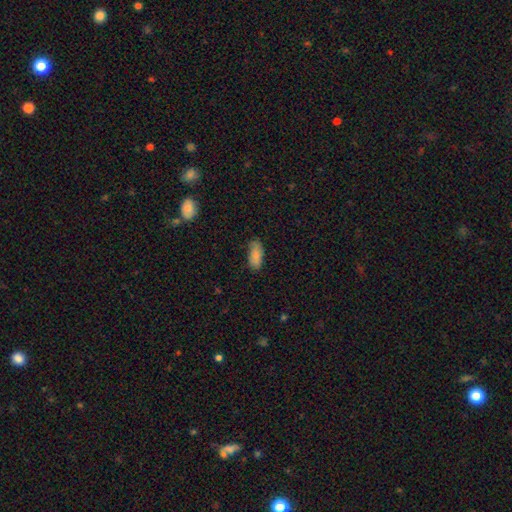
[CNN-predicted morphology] A smooth galaxy with no disk features (83%) that is in between round and cigar-shaped (86%).

Vote fractions:
- Smooth or featured? smooth: 83% / featured or disk: 10% / star or artifact: 7%
- How rounded? in between: 86% / cigar-shaped: 12% / round: 2%
- Merging? none: 73% / minor disturbance: 22% / major disturbance: 4% / merger: 1%